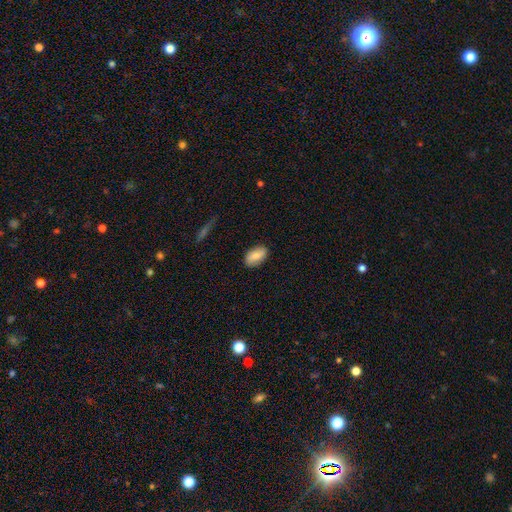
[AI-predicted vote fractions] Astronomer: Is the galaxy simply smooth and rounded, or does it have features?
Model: smooth — 78%.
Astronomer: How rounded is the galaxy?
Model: in between — 93%.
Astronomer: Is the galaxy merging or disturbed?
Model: none — 85%.